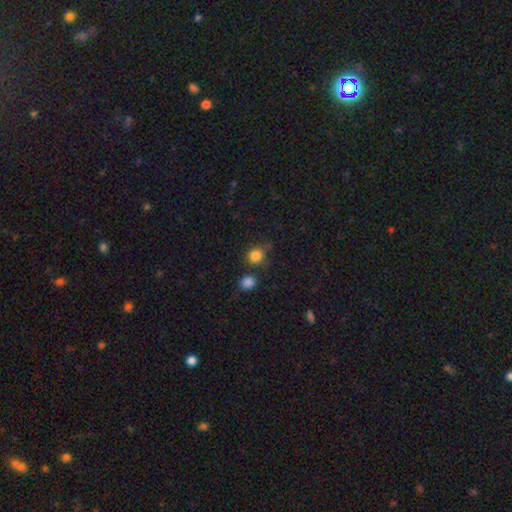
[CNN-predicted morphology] smooth-or-featured: smooth: 82% | star or artifact: 13% | featured or disk: 5%
  how-rounded: round: 81% | in between: 18% | cigar-shaped: 1%
  merging: none: 68% | minor disturbance: 15% | merger: 12% | major disturbance: 5%